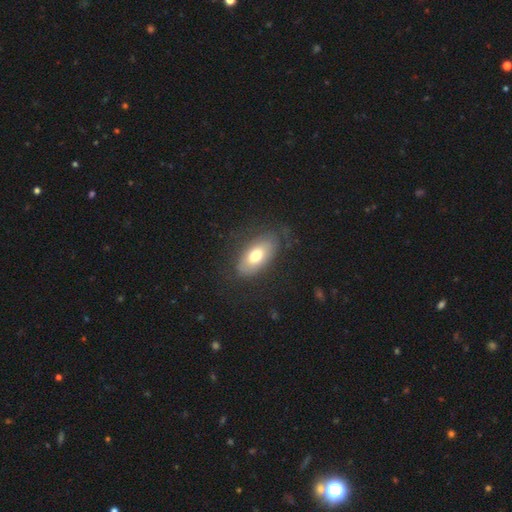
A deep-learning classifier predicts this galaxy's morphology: A smooth galaxy with no disk features (63%) that is in between round and cigar-shaped (91%). Merging: none (74%).